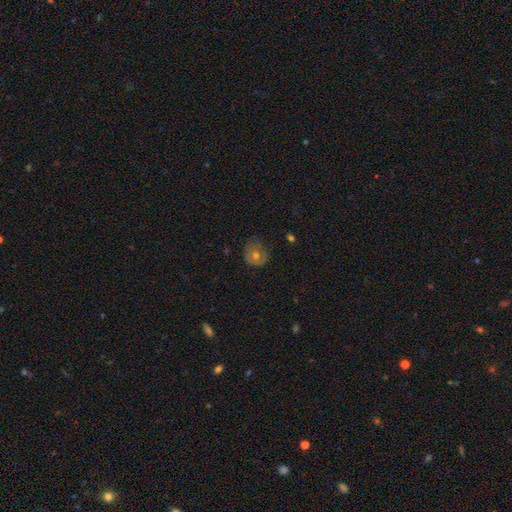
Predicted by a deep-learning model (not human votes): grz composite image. It shows a smooth galaxy with no disk features (52%) that is round (83%). Merging: none (62%).